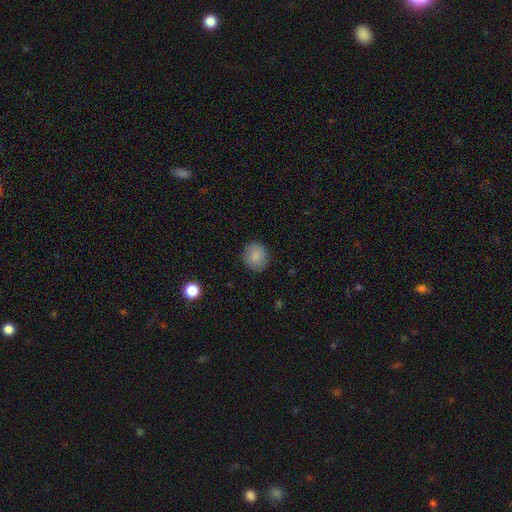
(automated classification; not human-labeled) A smooth galaxy with no disk features (86%) that is round (84%). Merging: none (87%).